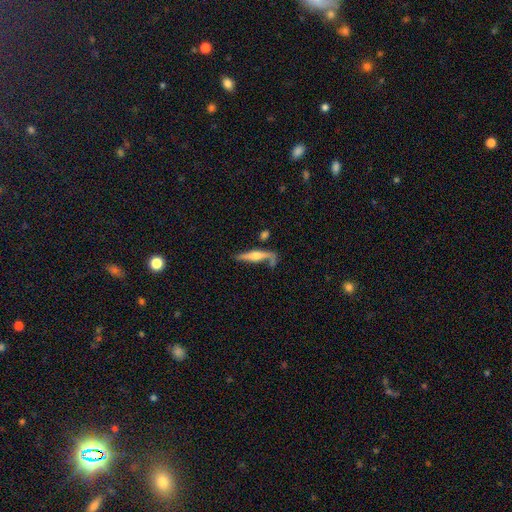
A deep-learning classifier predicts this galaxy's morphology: Smooth or featured?
  - featured or disk: 61% *
  - smooth: 33%
  - star or artifact: 6%
Edge-on disk?
  - yes: 86% *
  - no: 14%
Edge-on bulge?
  - rounded: 85% *
  - none: 7%
  - boxy: 7%
Merging?
  - none: 52% *
  - minor disturbance: 22%
  - major disturbance: 15%
  - merger: 10%